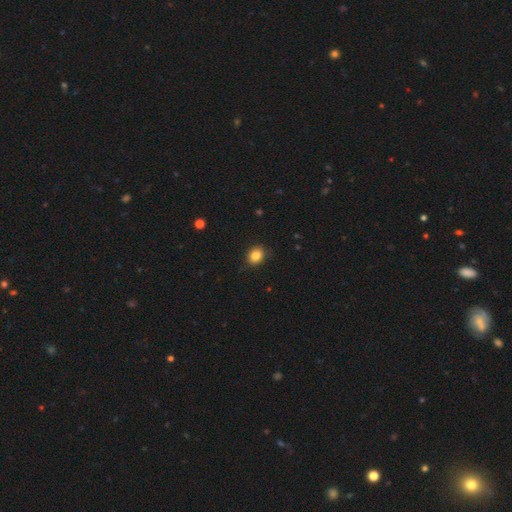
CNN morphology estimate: This appears to be a smooth galaxy with no disk features (85%) that is round (58%). Merging: none (86%).